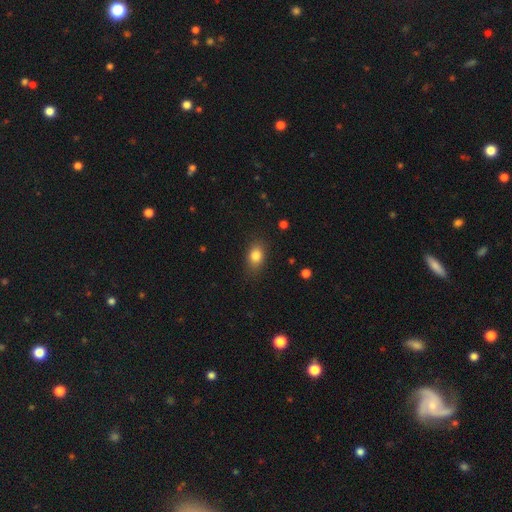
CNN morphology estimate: Q: Smooth or featured?
A: smooth (83%); runner-up: star or artifact (10%)
Q: How rounded?
A: in between (74%); runner-up: round (24%)
Q: Merging?
A: none (83%); runner-up: minor disturbance (13%)